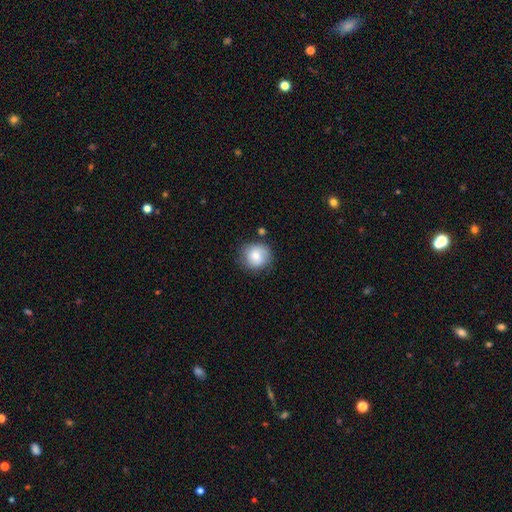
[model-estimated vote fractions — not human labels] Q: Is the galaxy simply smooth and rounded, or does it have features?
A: smooth — 78%.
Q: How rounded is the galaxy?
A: round — 89%.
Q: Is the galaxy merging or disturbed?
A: none — 77%.